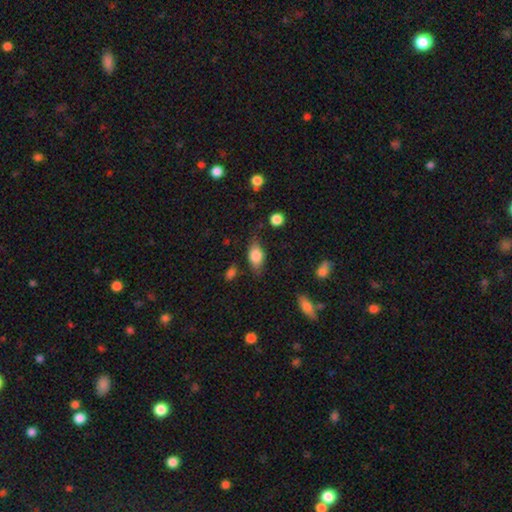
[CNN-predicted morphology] The model was most divided on "merging": none: 71%, minor disturbance: 21%, major disturbance: 6%, merger: 2%. More confident: how rounded — in between (84%); smooth or featured — smooth (73%).